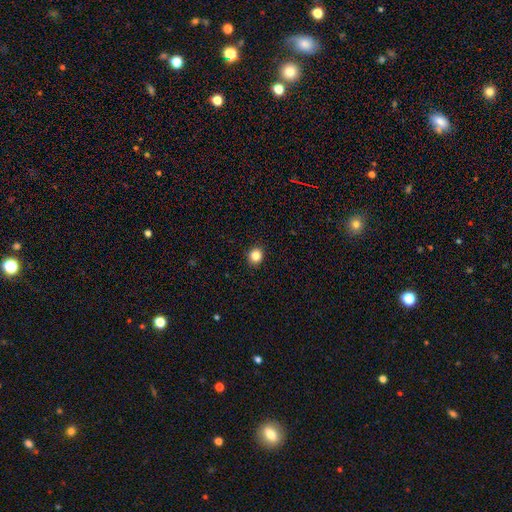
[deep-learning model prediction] Q: Smooth or featured?
A: smooth (85%); runner-up: star or artifact (11%)
Q: How rounded?
A: round (84%); runner-up: in between (15%)
Q: Merging?
A: none (92%); runner-up: minor disturbance (5%)